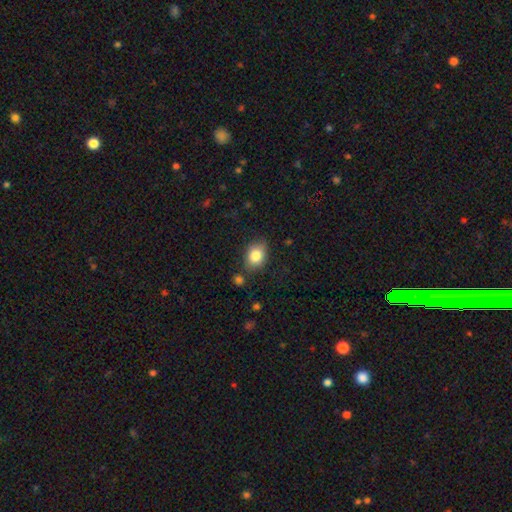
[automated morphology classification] smooth-or-featured: smooth: 82% | featured or disk: 9% | star or artifact: 9%
  how-rounded: in between: 69% | round: 30% | cigar-shaped: 1%
  merging: none: 78% | minor disturbance: 15% | merger: 4% | major disturbance: 3%